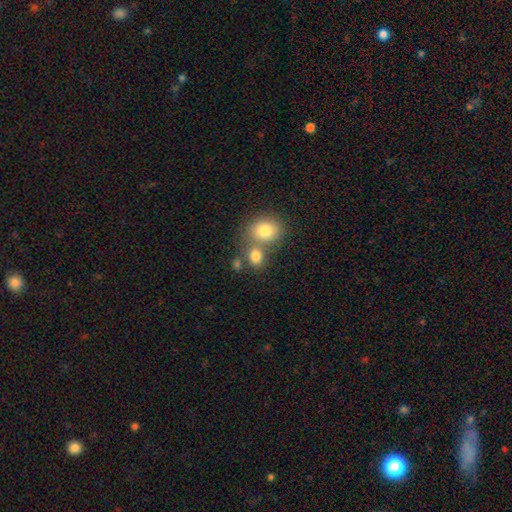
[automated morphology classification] smooth 80%, star or artifact 10%, featured or disk 9%. Down the decision tree: how rounded — in between (53%); merging — none (46%).